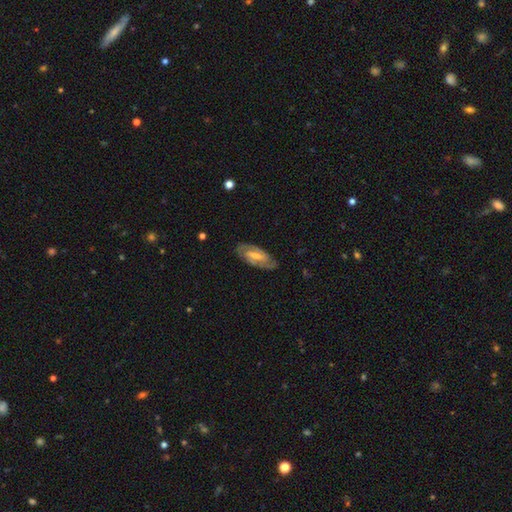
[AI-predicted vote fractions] Smooth or featured?
  - featured or disk: 80% *
  - smooth: 15%
  - star or artifact: 5%
Edge-on disk?
  - no: 93% *
  - yes: 7%
Bar?
  - strong: 44% *
  - weak: 43%
  - no: 14%
Spiral arms?
  - yes: 92% *
  - no: 8%
Spiral winding?
  - medium: 46% *
  - tight: 41%
  - loose: 13%
Spiral arm count?
  - 2: 88% *
  - can't tell: 7%
  - 1: 2%
  - 3: 2%
  - 4: 1%
  - more than 4: 1%
Bulge size?
  - small: 46% *
  - moderate: 41%
  - none: 8%
  - large: 4%
  - dominant: 1%
Merging?
  - none: 83% *
  - minor disturbance: 13%
  - major disturbance: 3%
  - merger: 1%